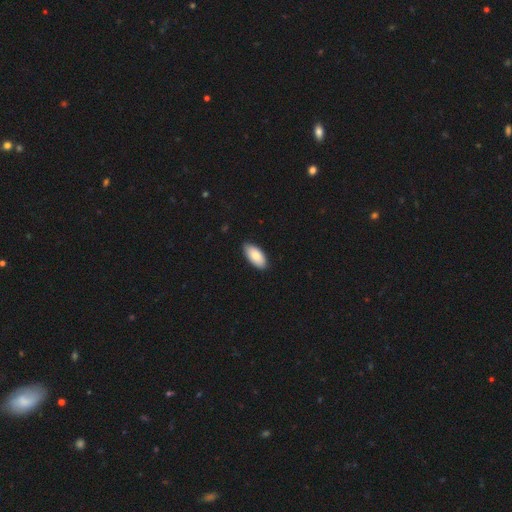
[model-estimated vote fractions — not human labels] Smooth or featured? Predicted: smooth (p=0.85). How rounded? Predicted: in between (p=0.93). Merging? Predicted: none (p=0.86).